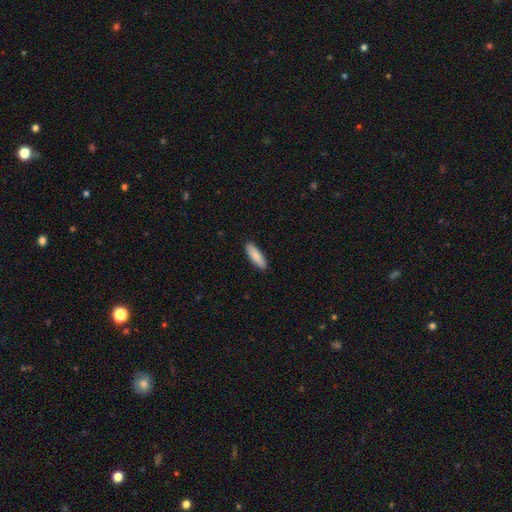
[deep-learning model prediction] smooth_or_featured: smooth (p=0.89) [alt: featured or disk p=0.06]
how_rounded: cigar-shaped (p=0.56) [alt: in between p=0.42]
merging: none (p=0.91) [alt: minor disturbance p=0.07]